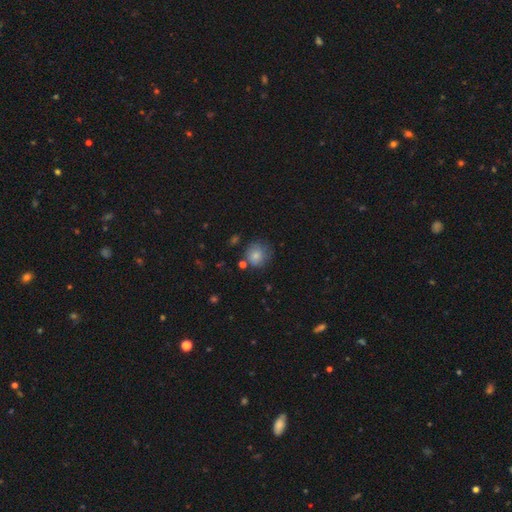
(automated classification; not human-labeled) smooth 80%, featured or disk 10%, star or artifact 10%. Down the decision tree: how rounded — round (87%); merging — none (67%).